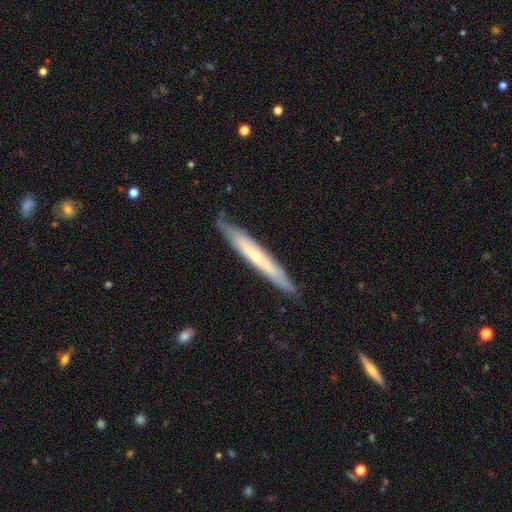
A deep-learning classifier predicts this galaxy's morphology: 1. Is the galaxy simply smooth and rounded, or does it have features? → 55% featured or disk, 39% smooth, 5% star or artifact.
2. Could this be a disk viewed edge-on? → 85% yes, 15% no.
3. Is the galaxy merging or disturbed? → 84% none, 13% minor disturbance, 2% major disturbance, 1% merger.